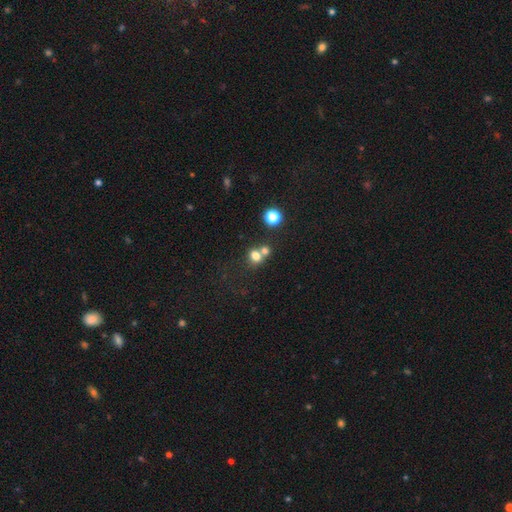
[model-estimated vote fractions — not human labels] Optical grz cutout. It shows a smooth galaxy with no disk features (74%) that is round (69%). Merging: merger (46%).